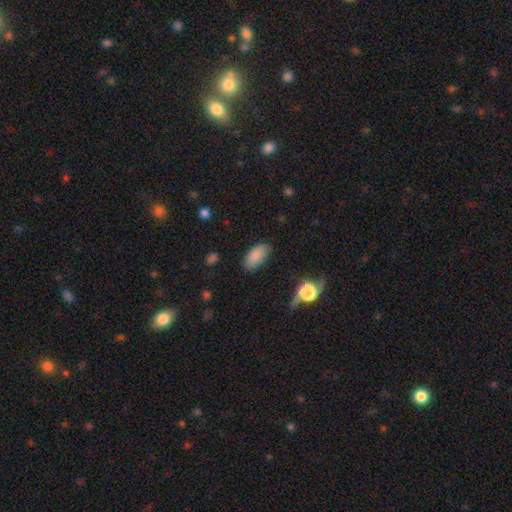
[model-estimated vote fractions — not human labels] The model was most divided on "merging": none: 83%, minor disturbance: 12%, major disturbance: 3%, merger: 2%. More confident: how rounded — in between (92%); smooth or featured — smooth (86%).